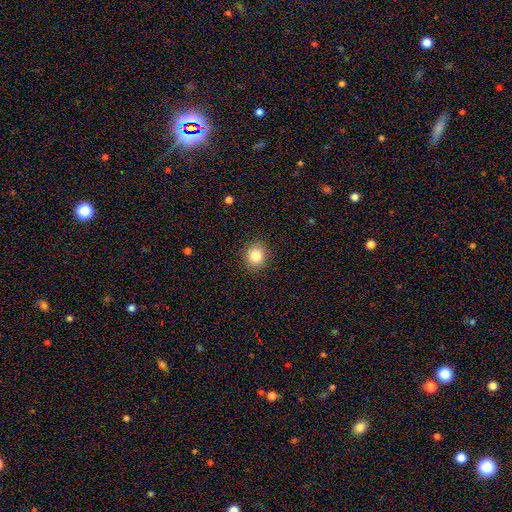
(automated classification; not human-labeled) Smooth or featured: smooth — 84% (star or artifact — 10%)
How rounded: round — 86% (in between — 13%)
Merging: none — 91% (minor disturbance — 6%)